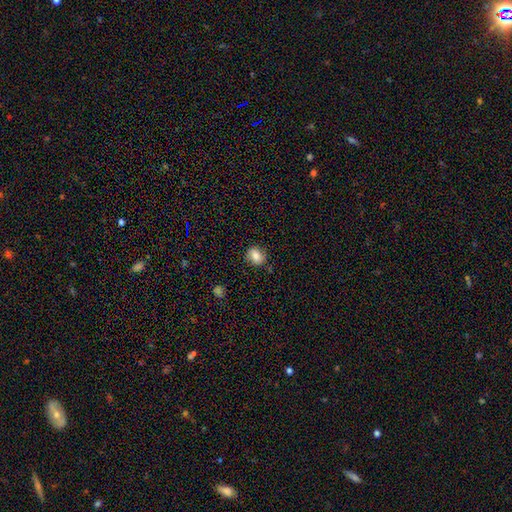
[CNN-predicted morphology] Smooth or featured?
  - smooth: 80% *
  - featured or disk: 11%
  - star or artifact: 9%
How rounded?
  - round: 52% *
  - in between: 47%
  - cigar-shaped: 1%
Merging?
  - none: 81% *
  - minor disturbance: 14%
  - major disturbance: 3%
  - merger: 2%